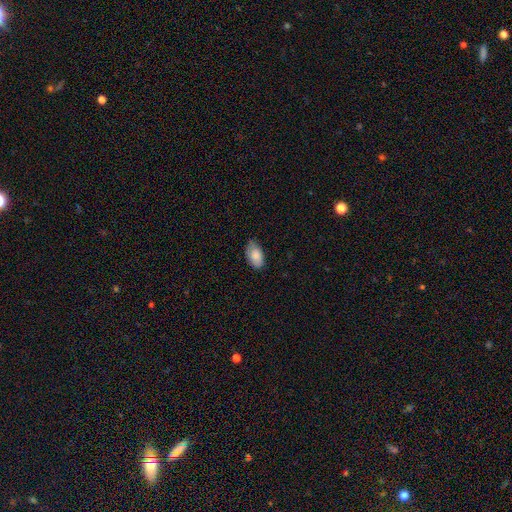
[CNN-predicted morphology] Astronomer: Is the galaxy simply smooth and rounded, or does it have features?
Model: smooth — 84%.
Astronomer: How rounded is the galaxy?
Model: in between — 94%.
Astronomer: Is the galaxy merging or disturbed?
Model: none — 72%.